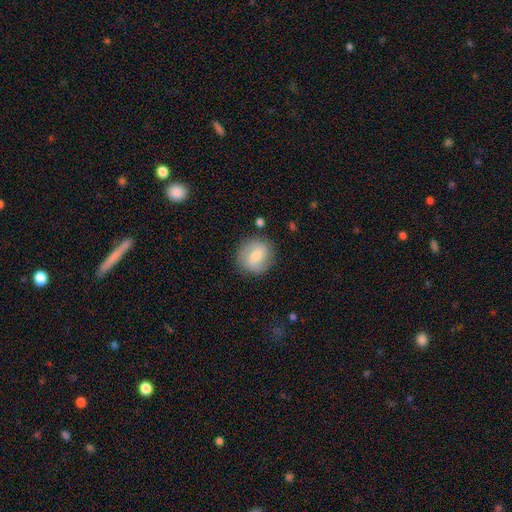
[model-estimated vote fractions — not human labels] The model was most divided on "smooth or featured": smooth: 63%, featured or disk: 30%, star or artifact: 7%. More confident: how rounded — round (84%); merging — none (82%).